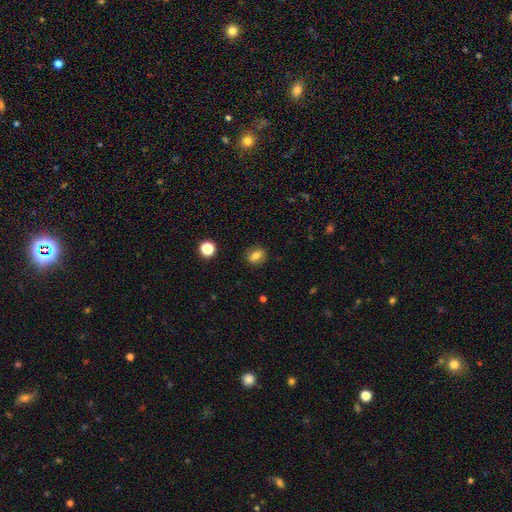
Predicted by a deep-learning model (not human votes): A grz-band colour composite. It shows a smooth galaxy with no disk features (78%) that is in between round and cigar-shaped (54%). Merging: none (86%).